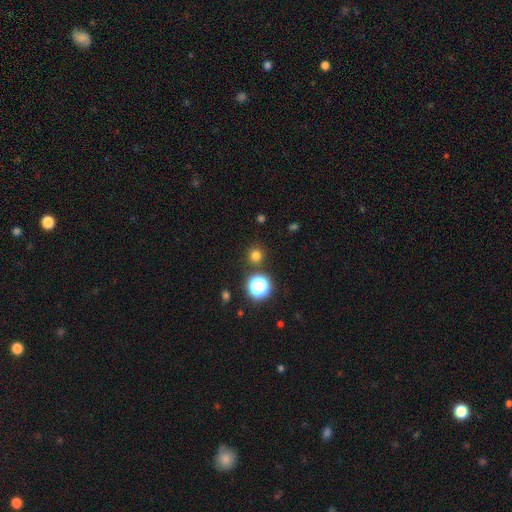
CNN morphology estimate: smooth-or-featured: smooth: 75% | star or artifact: 20% | featured or disk: 5%
  how-rounded: round: 94% | in between: 5% | cigar-shaped: 1%
  merging: none: 88% | minor disturbance: 6% | merger: 3% | major disturbance: 3%